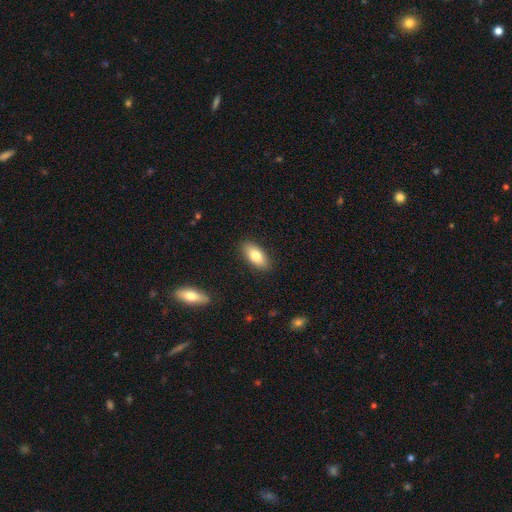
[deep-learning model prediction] A smooth galaxy with no disk features (79%) that is in between round and cigar-shaped (89%).

Vote fractions:
- Smooth or featured? smooth: 79% / featured or disk: 14% / star or artifact: 7%
- How rounded? in between: 89% / cigar-shaped: 8% / round: 3%
- Merging? none: 88% / minor disturbance: 9% / major disturbance: 2% / merger: 1%